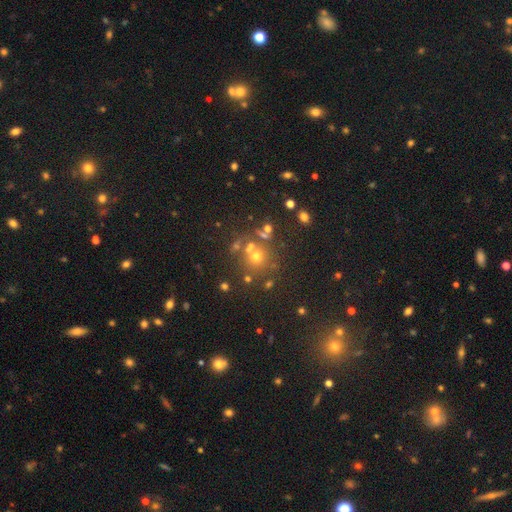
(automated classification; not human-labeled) Overall: smooth (53%; star or artifact 33%). How rounded: round (87%). Merging: none (65%).